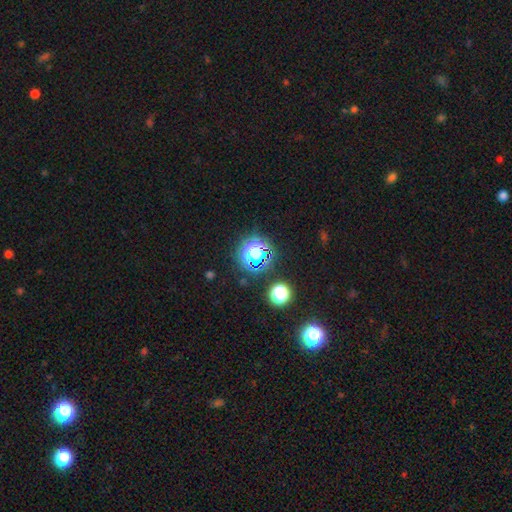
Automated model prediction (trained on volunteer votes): smooth-or-featured: star or artifact: 60% | smooth: 30% | featured or disk: 10%